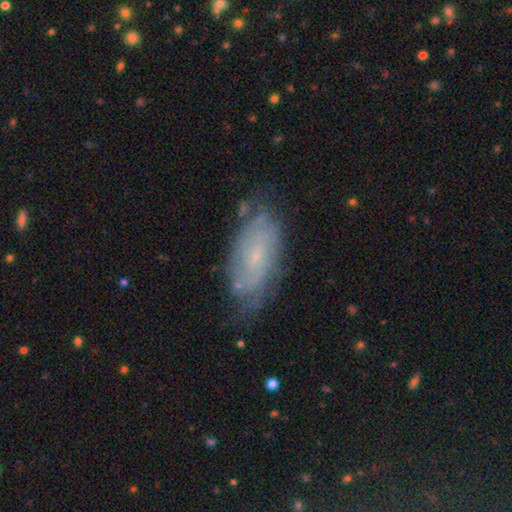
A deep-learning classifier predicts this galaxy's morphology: A featured or disk galaxy (64%) with no bar (66%), spiral arms (80%) and a small central bulge (78%). Merging: none (68%).